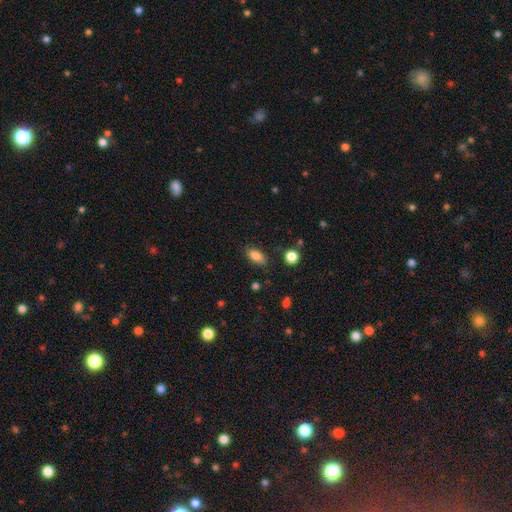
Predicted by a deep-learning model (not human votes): smooth_or_featured: smooth (p=0.84) [alt: star or artifact p=0.09]
how_rounded: in between (p=0.88) [alt: cigar-shaped p=0.06]
merging: none (p=0.82) [alt: minor disturbance p=0.13]